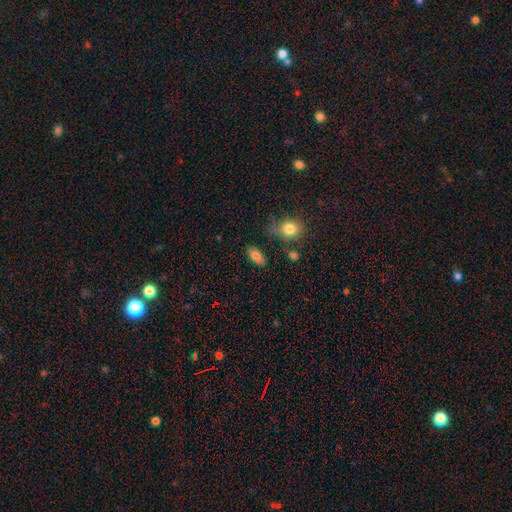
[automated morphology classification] A smooth galaxy with no disk features (79%) that is in between round and cigar-shaped (88%). Merging: none (75%).